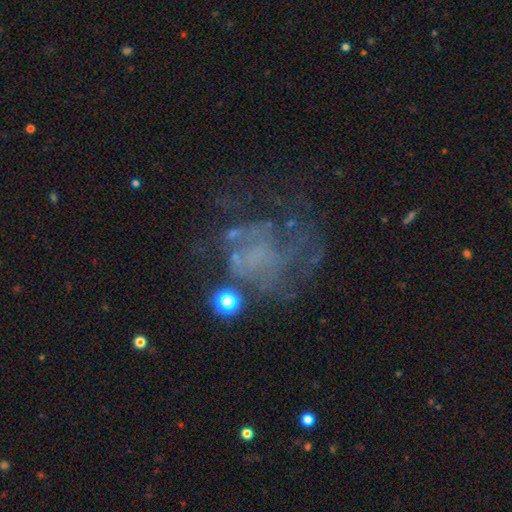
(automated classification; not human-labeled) smooth_or_featured: featured or disk (p=0.59) [alt: star or artifact p=0.21]
disk_edge_on: no (p=0.98) [alt: yes p=0.02]
bar: no (p=0.86) [alt: weak p=0.12]
has_spiral_arms: no (p=0.60) [alt: yes p=0.40]
bulge_size: none (p=0.74) [alt: small p=0.13]
merging: none (p=0.43) [alt: major disturbance p=0.35]